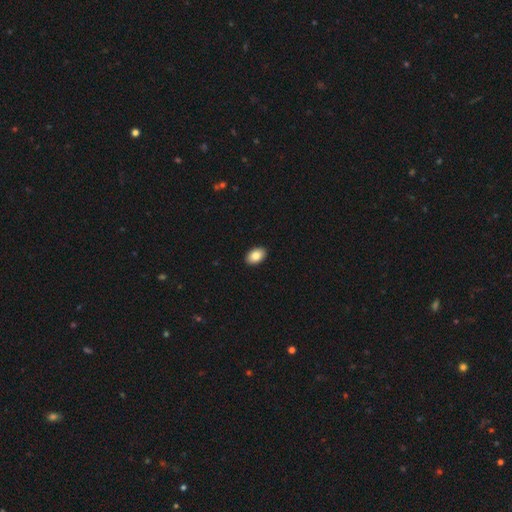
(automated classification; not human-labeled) Morphology: type=smooth (85%); roundness=in between (90%); merging=none (92%).